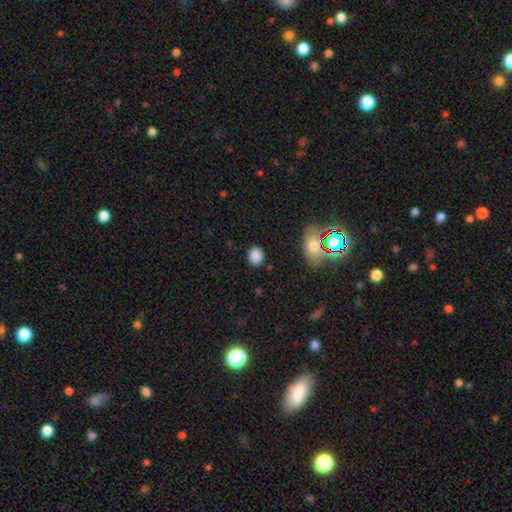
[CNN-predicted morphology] type=smooth (86%); roundness=round (59%); merging=none (87%).